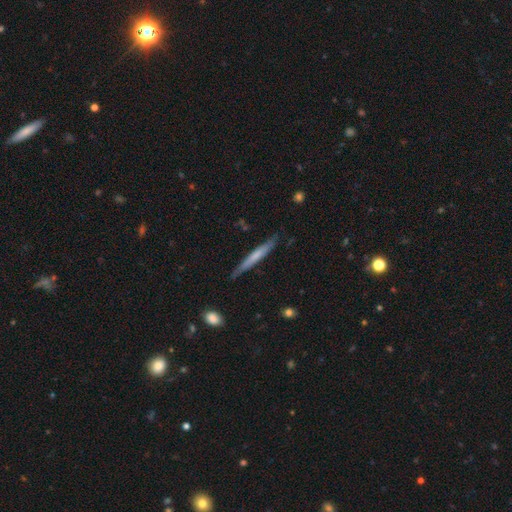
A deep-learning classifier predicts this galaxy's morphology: smooth 51%, featured or disk 43%, star or artifact 5%. Down the decision tree: how rounded — cigar-shaped (96%); merging — none (83%).